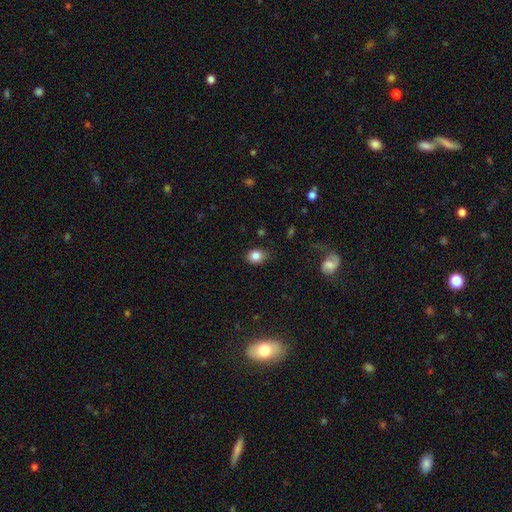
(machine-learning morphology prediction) A smooth galaxy with no disk features (84%) that is round (51%).

Vote fractions:
- Smooth or featured? smooth: 84% / star or artifact: 10% / featured or disk: 6%
- How rounded? round: 51% / in between: 48% / cigar-shaped: 1%
- Merging? none: 80% / minor disturbance: 15% / major disturbance: 4% / merger: 1%